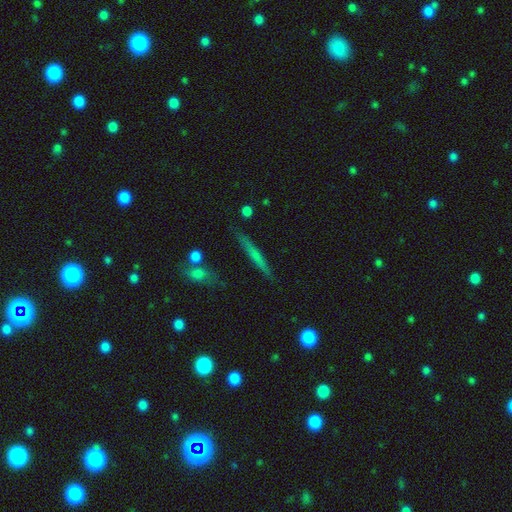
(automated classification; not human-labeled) Smooth or featured? smooth (51%)
How rounded? cigar-shaped (93%)
Merging? none (86%)